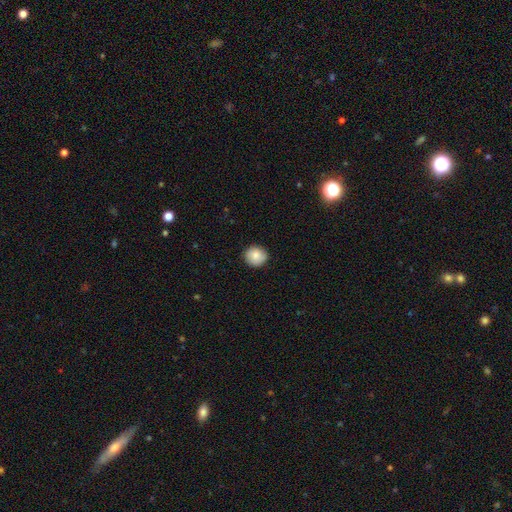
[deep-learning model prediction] This is clearly a smooth galaxy (84%). How rounded: clearly round (89%). Merging: clearly none (89%).